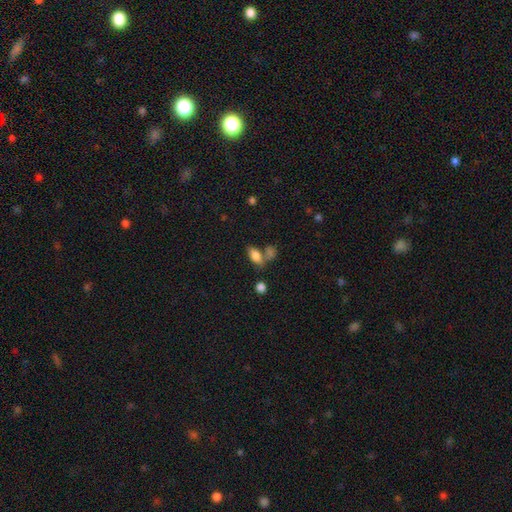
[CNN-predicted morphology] smooth 79%, featured or disk 12%, star or artifact 10%. Down the decision tree: how rounded — in between (87%); merging — none (52%).